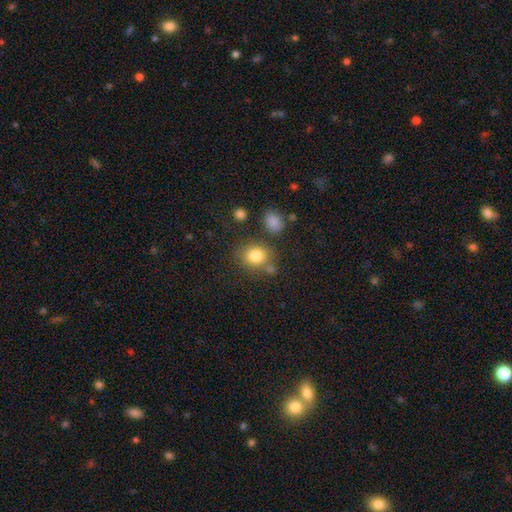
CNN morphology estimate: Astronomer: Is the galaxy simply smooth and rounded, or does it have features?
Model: smooth — 82%.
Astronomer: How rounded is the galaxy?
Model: round — 68%.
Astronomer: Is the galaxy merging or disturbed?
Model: none — 68%.